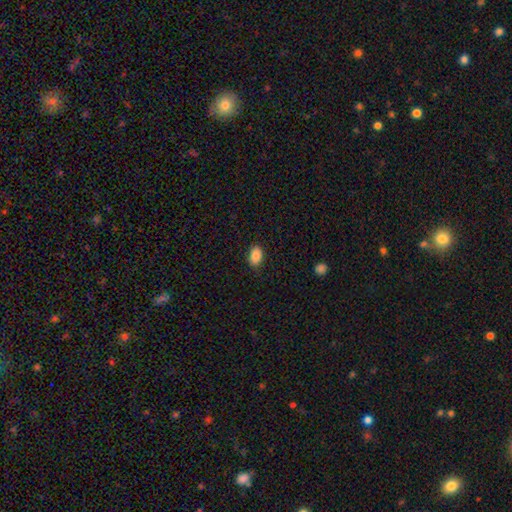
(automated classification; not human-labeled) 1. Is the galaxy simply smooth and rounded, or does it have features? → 88% smooth, 8% star or artifact, 4% featured or disk.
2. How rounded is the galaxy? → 89% in between, 9% round, 1% cigar-shaped.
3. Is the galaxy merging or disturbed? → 86% none, 11% minor disturbance, 2% major disturbance, 1% merger.